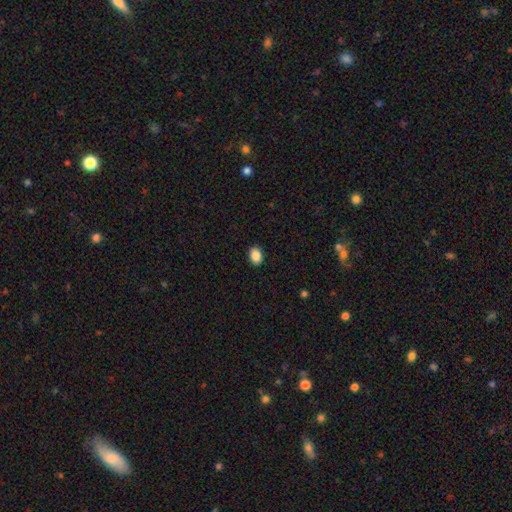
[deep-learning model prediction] Smooth or featured: smooth — 88% (star or artifact — 8%)
How rounded: in between — 71% (round — 28%)
Merging: none — 90% (minor disturbance — 7%)